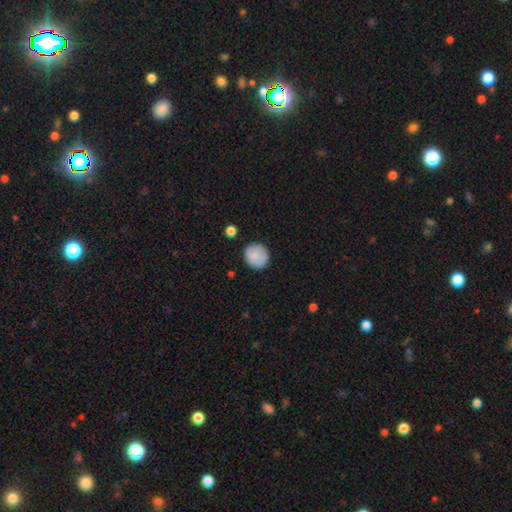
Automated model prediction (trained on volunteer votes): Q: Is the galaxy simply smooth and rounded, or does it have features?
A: smooth — 84%.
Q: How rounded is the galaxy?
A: round — 91%.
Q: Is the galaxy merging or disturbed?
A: none — 85%.